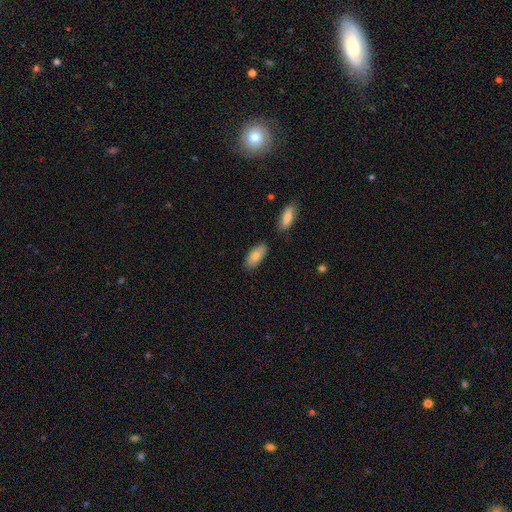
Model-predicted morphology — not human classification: This appears to be a smooth galaxy with no disk features (81%) that is in between round and cigar-shaped (88%). Merging: none (78%).